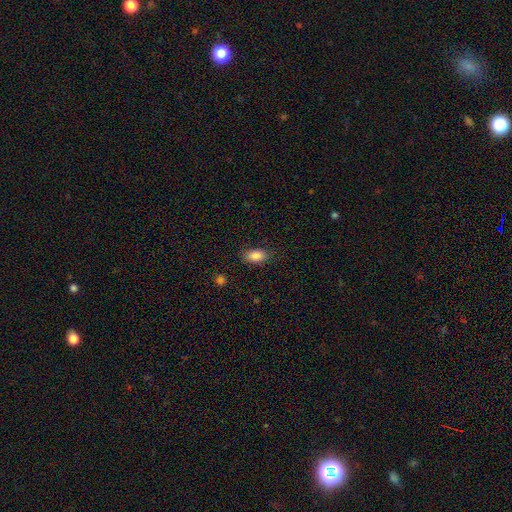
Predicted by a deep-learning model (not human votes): Smooth or featured? smooth (86%)
How rounded? in between (91%)
Merging? none (84%)